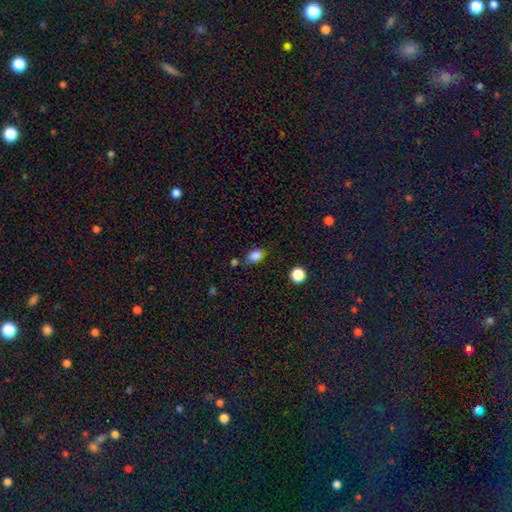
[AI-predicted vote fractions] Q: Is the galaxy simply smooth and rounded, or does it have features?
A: smooth — 84%.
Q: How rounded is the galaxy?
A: in between — 70%.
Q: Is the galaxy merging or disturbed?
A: none — 66%.